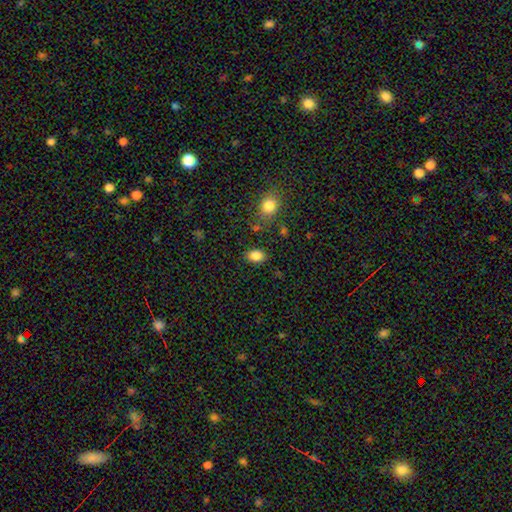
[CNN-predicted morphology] This is clearly a smooth galaxy (85%). How rounded: likely in between (76%). Merging: clearly none (82%).